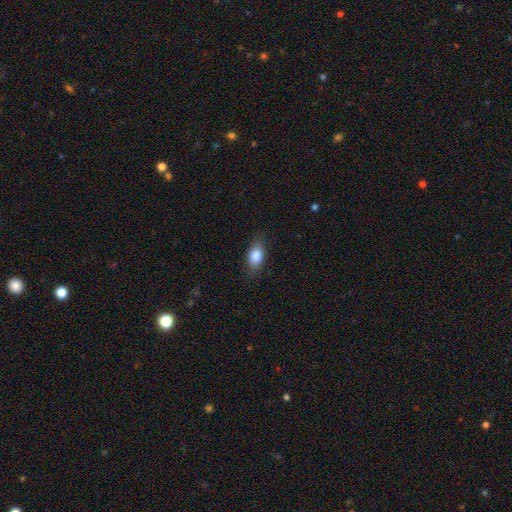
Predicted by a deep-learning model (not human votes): The model was most divided on "merging": none: 80%, minor disturbance: 15%, major disturbance: 4%, merger: 1%. More confident: smooth or featured — smooth (83%); how rounded — in between (82%).